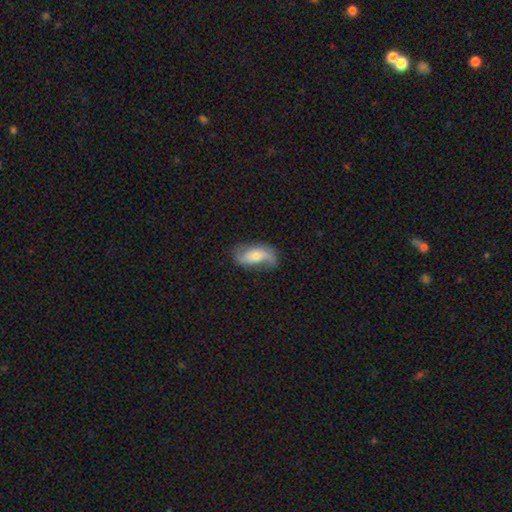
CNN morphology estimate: Q: Smooth or featured?
A: featured or disk (66%); runner-up: smooth (27%)
Q: Edge-on disk?
A: no (94%); runner-up: yes (6%)
Q: Bar?
A: no (52%); runner-up: weak (33%)
Q: Spiral arms?
A: yes (90%); runner-up: no (10%)
Q: Spiral winding?
A: loose (62%); runner-up: medium (27%)
Q: Spiral arm count?
A: 2 (78%); runner-up: 1 (13%)
Q: Bulge size?
A: moderate (47%); runner-up: small (41%)
Q: Merging?
A: none (62%); runner-up: minor disturbance (23%)